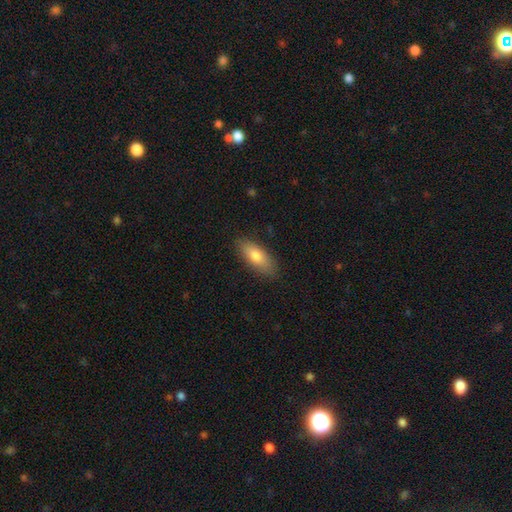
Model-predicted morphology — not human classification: type=smooth (77%); roundness=in between (71%); merging=none (86%).